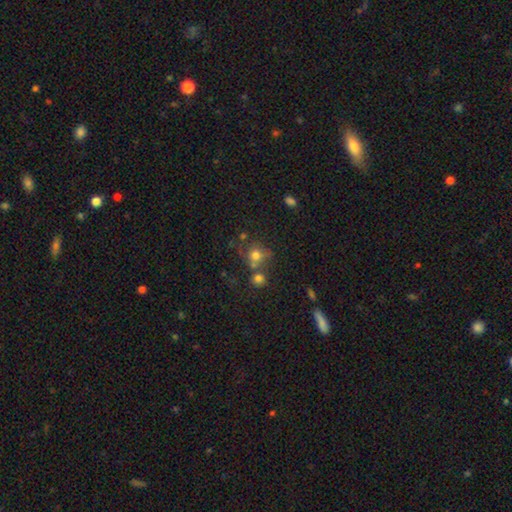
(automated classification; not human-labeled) Smooth or featured? Predicted: smooth (p=0.69). How rounded? Predicted: round (p=0.81). Merging? Predicted: none (p=0.51).